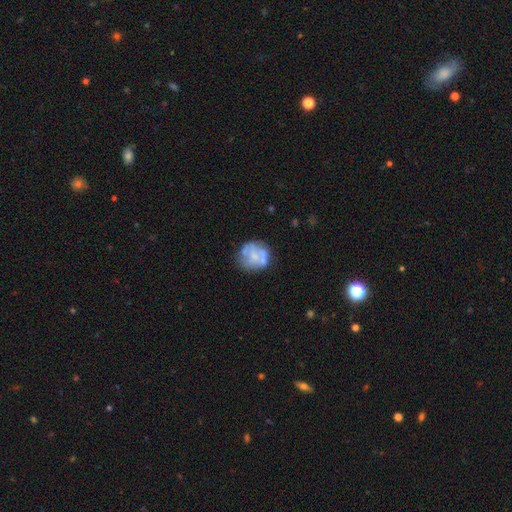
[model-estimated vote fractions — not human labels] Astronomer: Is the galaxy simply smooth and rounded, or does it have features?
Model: featured or disk — 55% (runner-up: smooth, 37%).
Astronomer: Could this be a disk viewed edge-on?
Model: no — 98%.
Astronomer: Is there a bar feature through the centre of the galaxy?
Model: no — 88%.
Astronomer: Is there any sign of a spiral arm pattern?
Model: no — 84%.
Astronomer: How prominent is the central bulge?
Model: none — 45% (runner-up: moderate, 25%).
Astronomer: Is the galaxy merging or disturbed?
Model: none — 58%.